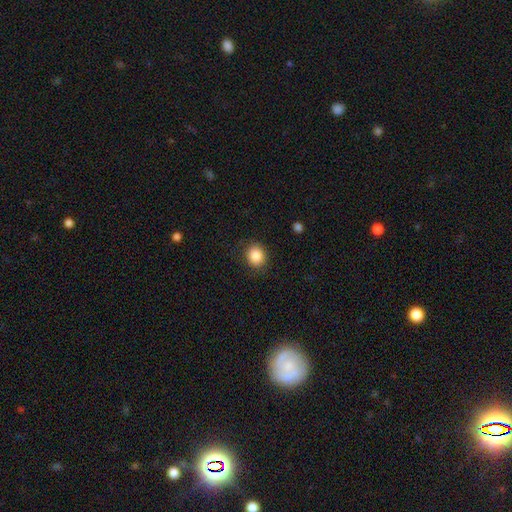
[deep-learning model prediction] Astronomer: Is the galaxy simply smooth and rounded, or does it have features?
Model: smooth — 87%.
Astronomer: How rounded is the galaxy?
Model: round — 78%.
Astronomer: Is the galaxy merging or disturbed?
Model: none — 87%.